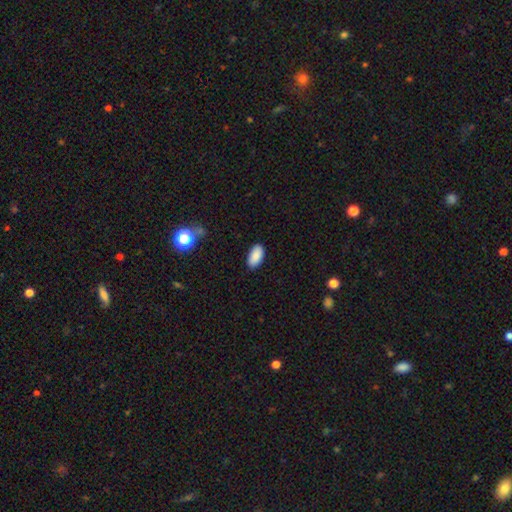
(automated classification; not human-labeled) Morphology: type=smooth (88%); roundness=in between (94%); merging=none (88%).